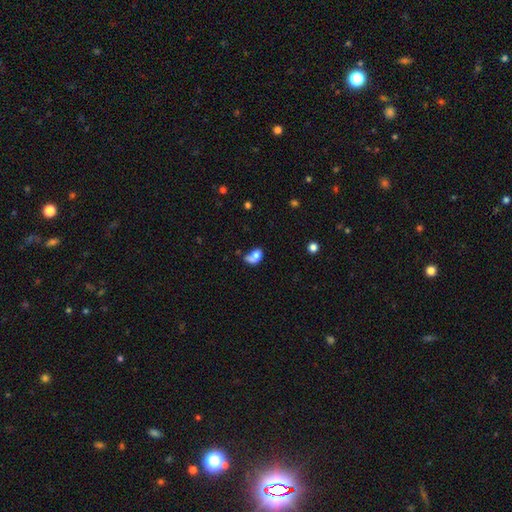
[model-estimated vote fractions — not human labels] Smooth or featured? Predicted: smooth (p=0.73). How rounded? Predicted: in between (p=0.80). Merging? Predicted: none (p=0.29).